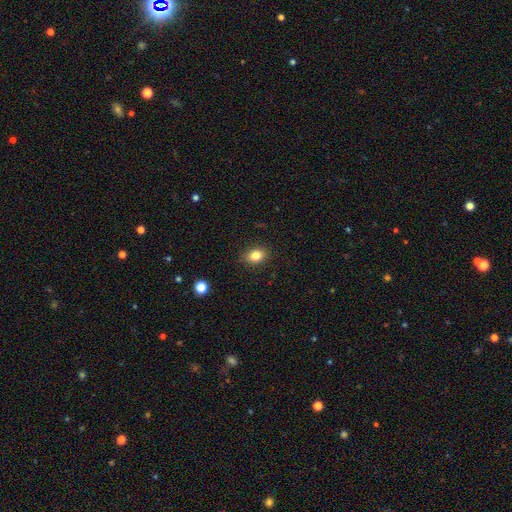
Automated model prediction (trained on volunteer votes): smooth-or-featured: smooth: 82% | star or artifact: 10% | featured or disk: 7%
  how-rounded: in between: 67% | round: 31% | cigar-shaped: 1%
  merging: none: 87% | minor disturbance: 9% | major disturbance: 2% | merger: 1%